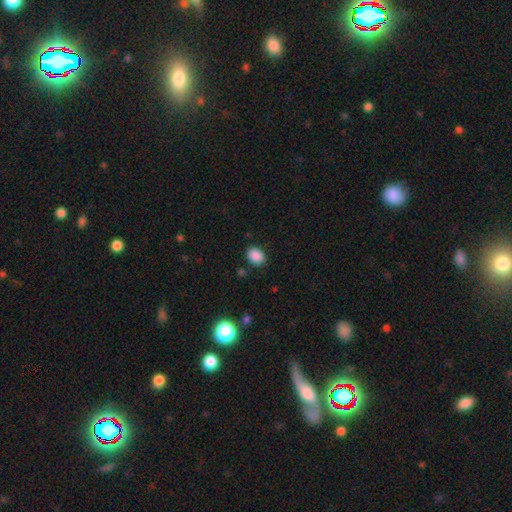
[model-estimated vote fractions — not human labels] Q: Smooth or featured?
A: smooth (88%); runner-up: star or artifact (9%)
Q: How rounded?
A: in between (65%); runner-up: round (35%)
Q: Merging?
A: none (86%); runner-up: minor disturbance (10%)